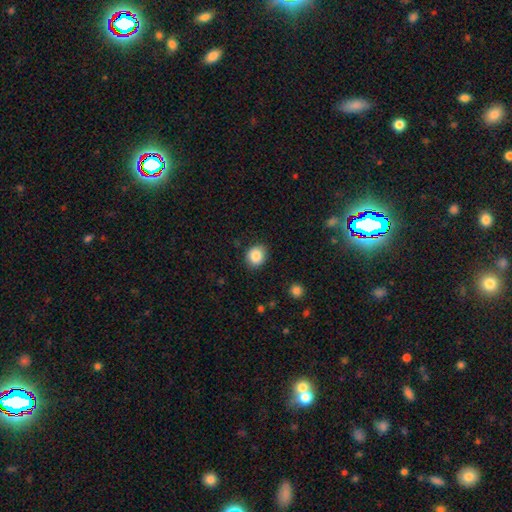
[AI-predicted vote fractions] A smooth galaxy with no disk features (86%) that is round (74%).

Vote fractions:
- Smooth or featured? smooth: 86% / star or artifact: 9% / featured or disk: 5%
- How rounded? round: 74% / in between: 25% / cigar-shaped: 1%
- Merging? none: 87% / minor disturbance: 10% / major disturbance: 2% / merger: 1%